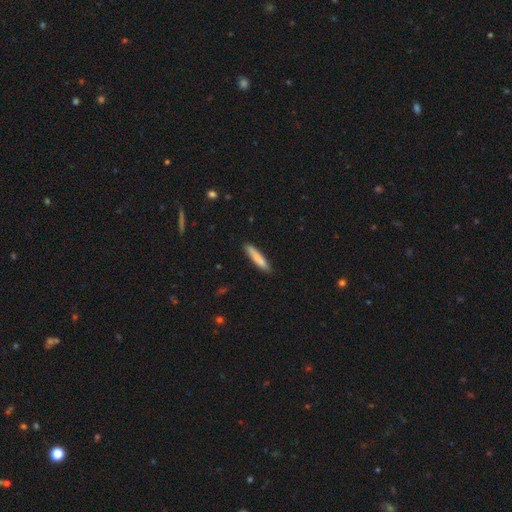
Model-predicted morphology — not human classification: This appears to be a smooth galaxy with no disk features (82%) that is cigar-shaped (89%). Merging: none (84%).